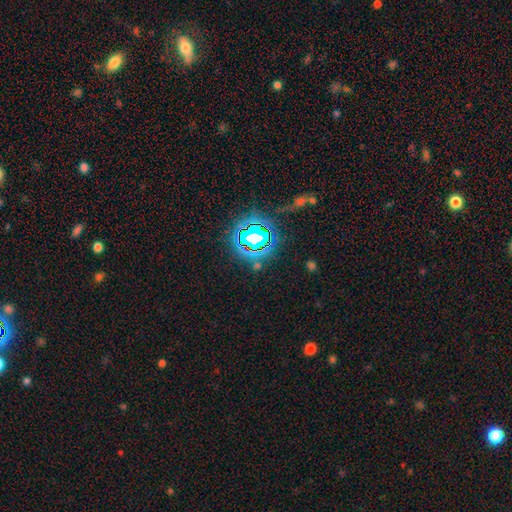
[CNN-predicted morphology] The model was most divided on "smooth or featured": star or artifact: 82%, smooth: 11%, featured or disk: 7%.